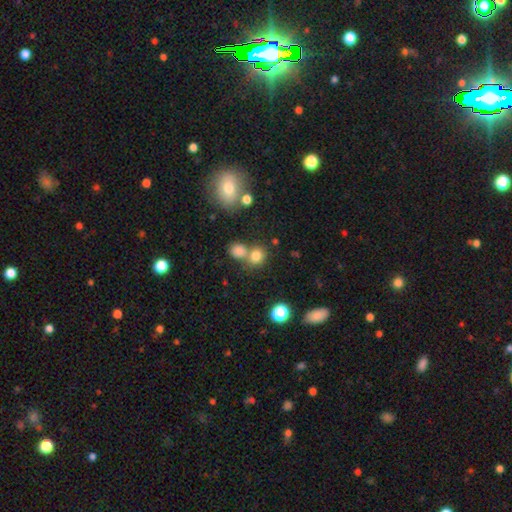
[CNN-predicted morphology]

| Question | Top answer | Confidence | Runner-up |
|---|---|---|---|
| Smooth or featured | smooth | 77% | star or artifact (15%) |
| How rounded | round | 76% | in between (23%) |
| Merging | none | 51% | merger (37%) |